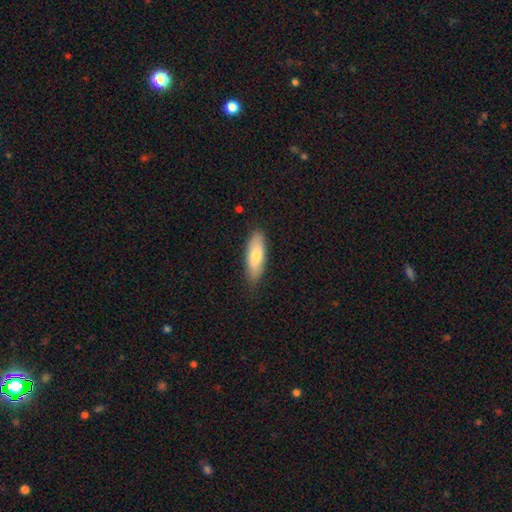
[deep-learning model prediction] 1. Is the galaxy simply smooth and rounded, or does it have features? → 73% smooth, 21% featured or disk, 6% star or artifact.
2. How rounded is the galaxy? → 56% in between, 42% cigar-shaped, 2% round.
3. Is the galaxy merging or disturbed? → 84% none, 13% minor disturbance, 2% major disturbance, 1% merger.